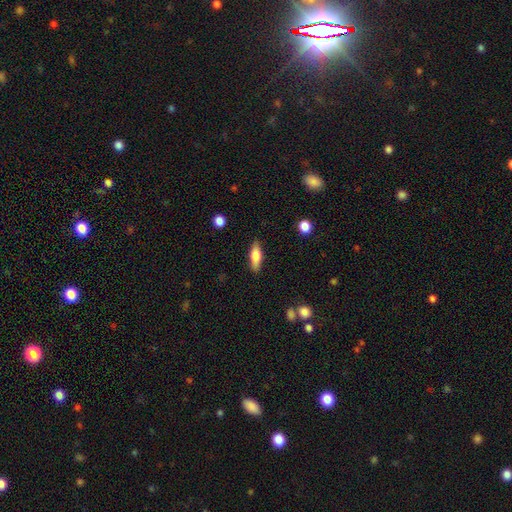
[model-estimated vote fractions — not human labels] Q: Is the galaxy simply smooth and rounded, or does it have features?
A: smooth — 65%.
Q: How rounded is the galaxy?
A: in between — 54%.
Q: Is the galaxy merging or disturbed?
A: none — 86%.